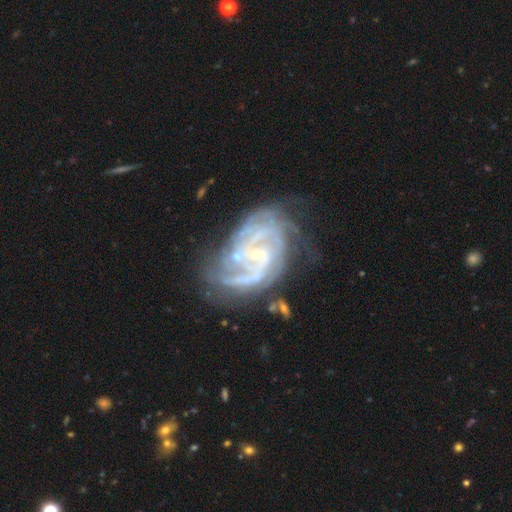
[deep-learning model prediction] A featured or disk galaxy (89%) with no bar (51%), 2 (30%) tight (45%) spiral arms (96%) and a small central bulge (81%). Merging: none (53%).